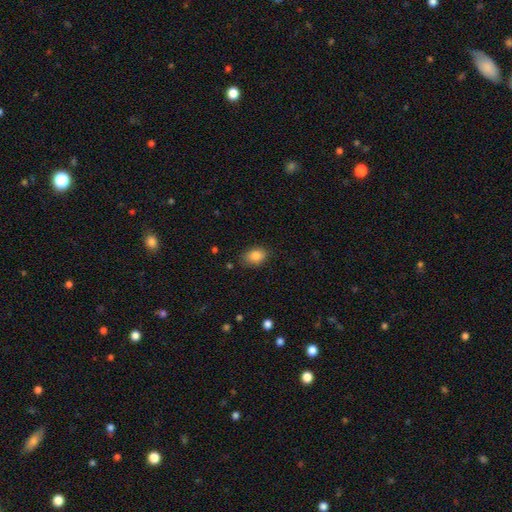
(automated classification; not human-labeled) A smooth galaxy with no disk features (86%) that is in between round and cigar-shaped (77%).

Vote fractions:
- Smooth or featured? smooth: 86% / star or artifact: 8% / featured or disk: 6%
- How rounded? in between: 77% / round: 22% / cigar-shaped: 1%
- Merging? none: 78% / minor disturbance: 17% / major disturbance: 3% / merger: 1%